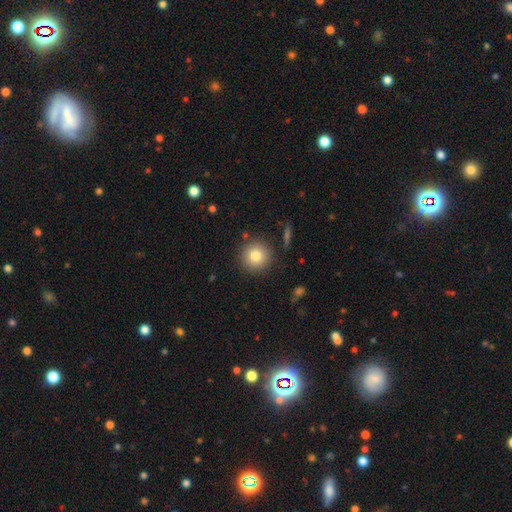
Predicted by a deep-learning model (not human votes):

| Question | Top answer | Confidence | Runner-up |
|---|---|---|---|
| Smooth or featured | smooth | 81% | star or artifact (10%) |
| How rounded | round | 94% | in between (5%) |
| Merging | none | 87% | minor disturbance (8%) |